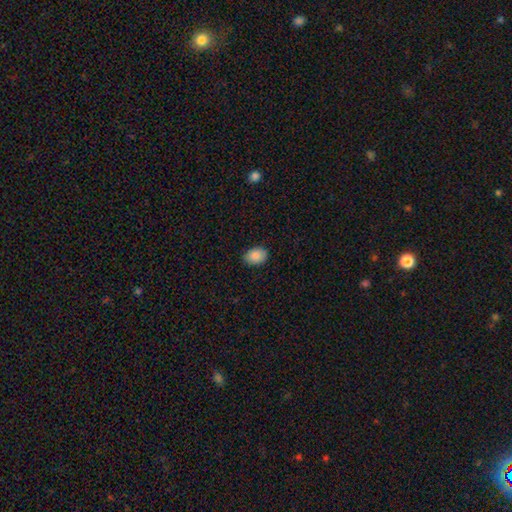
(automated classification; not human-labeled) smooth-or-featured: smooth: 87% | star or artifact: 7% | featured or disk: 5%
  how-rounded: in between: 76% | round: 23% | cigar-shaped: 1%
  merging: none: 87% | minor disturbance: 10% | major disturbance: 2% | merger: 1%